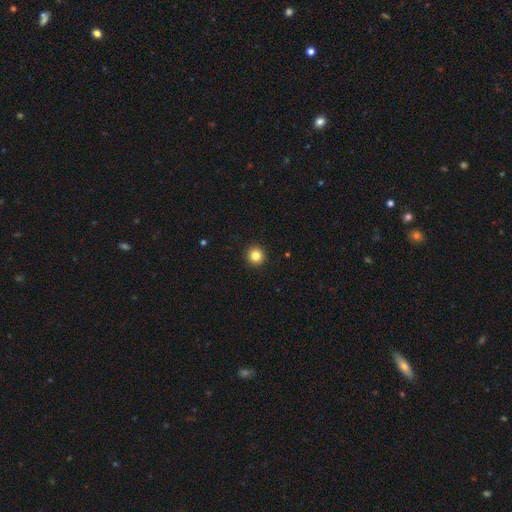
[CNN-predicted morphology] This is clearly a smooth galaxy (83%). How rounded: clearly round (96%). Merging: clearly none (94%).